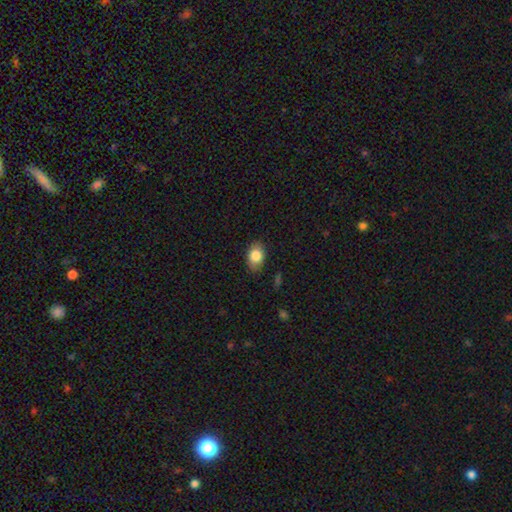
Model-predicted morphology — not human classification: This appears to be a smooth galaxy with no disk features (82%) that is in between round and cigar-shaped (83%). Merging: none (85%).